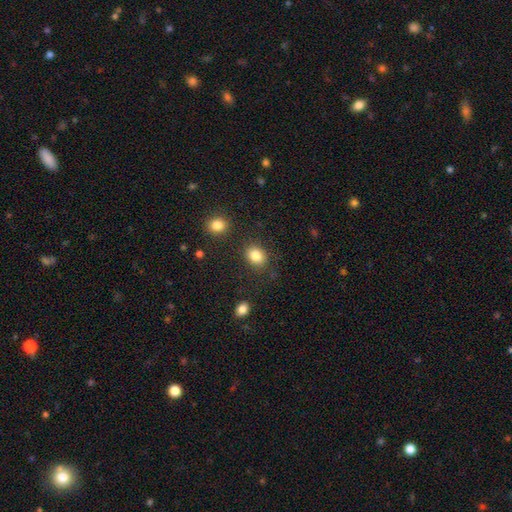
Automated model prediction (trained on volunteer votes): Overall: smooth (85%). How rounded: in between (52%; round 47%). Merging: none (82%).